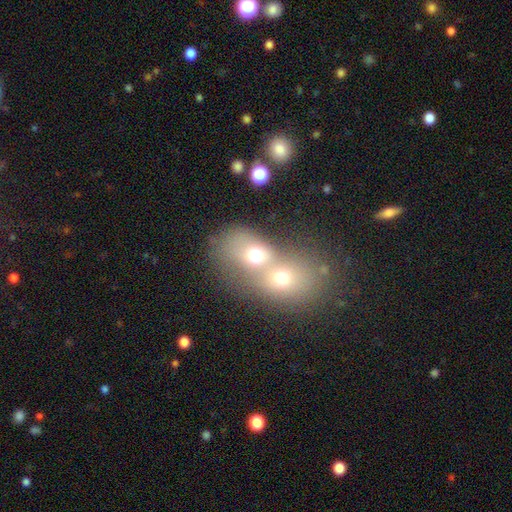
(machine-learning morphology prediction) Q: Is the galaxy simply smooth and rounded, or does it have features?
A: smooth — 58%.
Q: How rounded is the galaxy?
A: in between — 49%, tied with round.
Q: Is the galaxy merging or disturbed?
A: merger — 78%.